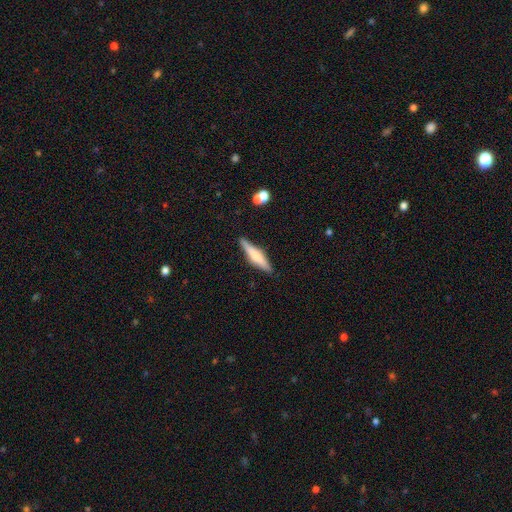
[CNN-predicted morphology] Smooth or featured: featured or disk — 47% (smooth — 46%)
Merging: none — 87% (minor disturbance — 9%)